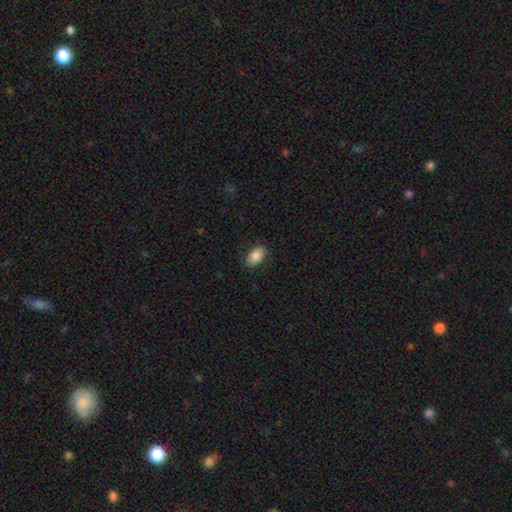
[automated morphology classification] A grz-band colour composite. It shows a smooth galaxy with no disk features (84%) that is in between round and cigar-shaped (93%). Merging: none (85%).